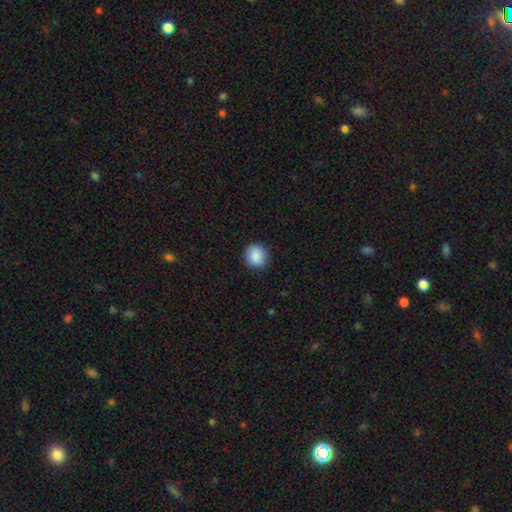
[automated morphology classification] Overall: smooth (88%). How rounded: round (86%). Merging: none (89%).